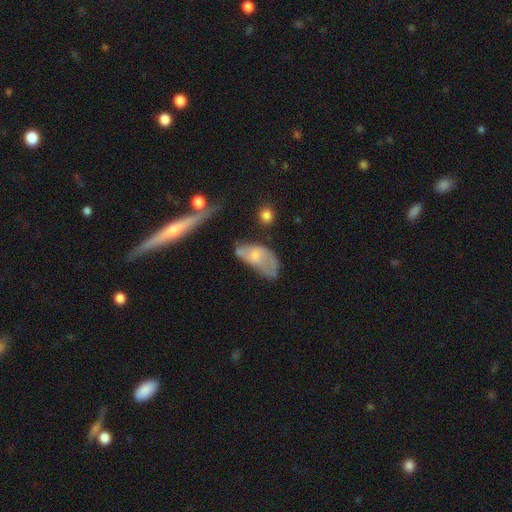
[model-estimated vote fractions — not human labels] This is possibly a smooth galaxy (50%). Merging: marginally major disturbance (35%).